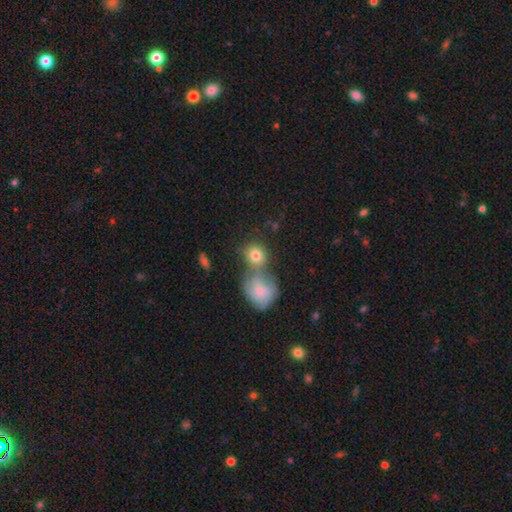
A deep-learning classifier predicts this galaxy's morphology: This is likely a smooth galaxy (74%). How rounded: likely round (77%). Merging: marginally none (42%).